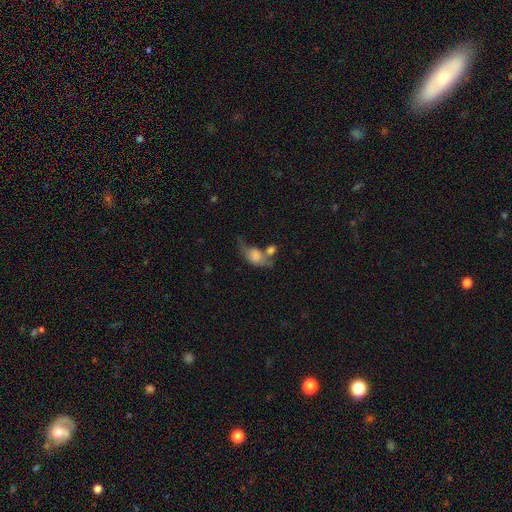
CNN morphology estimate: A smooth galaxy with no disk features (66%) that is in between round and cigar-shaped (80%). Merging: merger (35%).